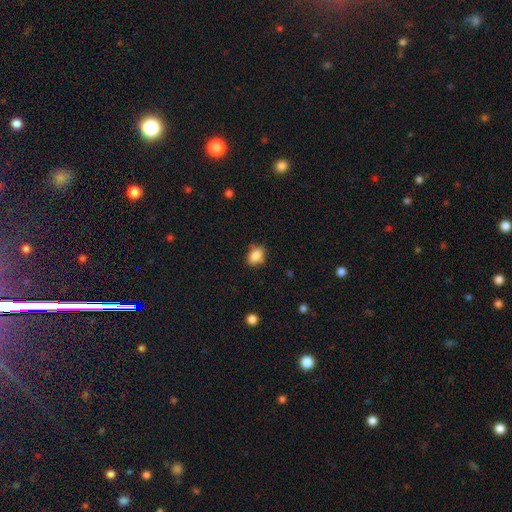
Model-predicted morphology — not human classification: type=smooth (83%); roundness=in between (72%); merging=none (71%).